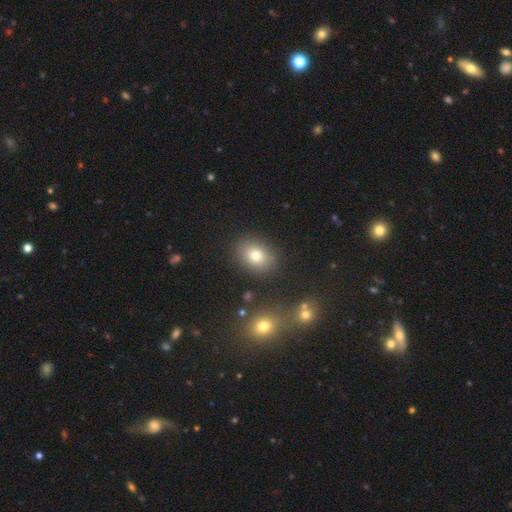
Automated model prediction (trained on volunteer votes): Smooth or featured?
  - smooth: 76% *
  - star or artifact: 13%
  - featured or disk: 11%
How rounded?
  - in between: 63% *
  - round: 36%
  - cigar-shaped: 1%
Merging?
  - none: 84% *
  - minor disturbance: 9%
  - merger: 4%
  - major disturbance: 3%